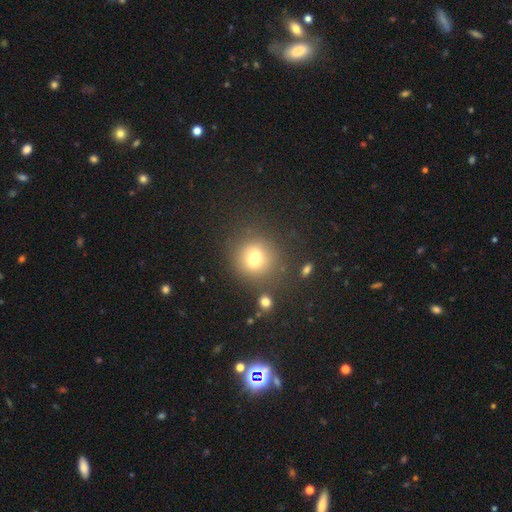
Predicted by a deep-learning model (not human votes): Smooth or featured?
  - smooth: 65% *
  - star or artifact: 18%
  - featured or disk: 16%
How rounded?
  - round: 77% *
  - in between: 21%
  - cigar-shaped: 2%
Merging?
  - none: 64% *
  - merger: 18%
  - minor disturbance: 12%
  - major disturbance: 5%